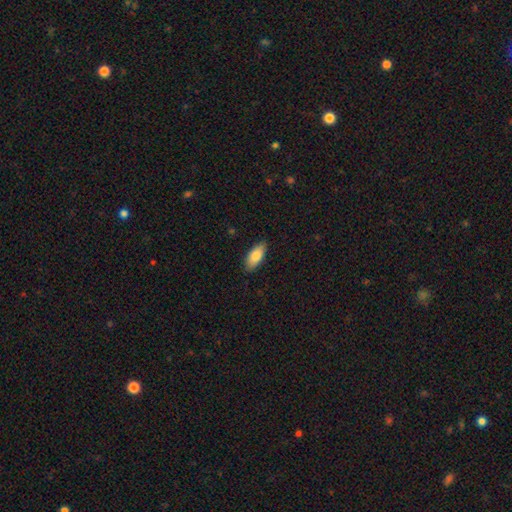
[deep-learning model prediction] Overall: smooth (82%). How rounded: in between (86%). Merging: none (87%).